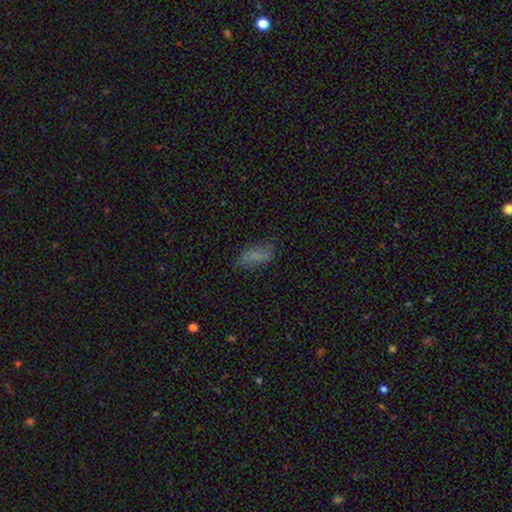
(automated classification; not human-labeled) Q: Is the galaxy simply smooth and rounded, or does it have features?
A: smooth — 73%.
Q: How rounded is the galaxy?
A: in between — 79%.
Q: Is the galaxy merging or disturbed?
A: none — 68%.